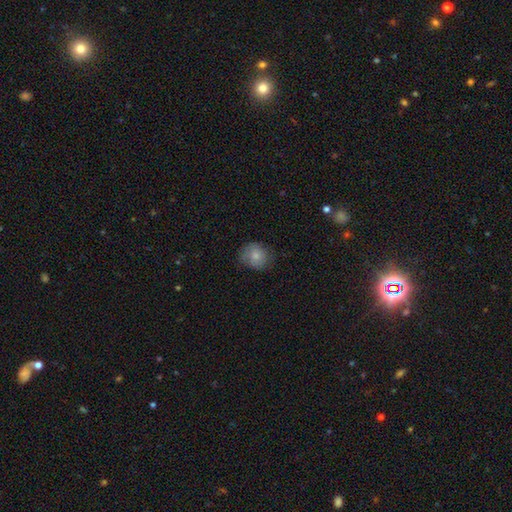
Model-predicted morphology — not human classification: Smooth or featured?
  - smooth: 80% *
  - featured or disk: 11%
  - star or artifact: 8%
How rounded?
  - round: 76% *
  - in between: 23%
  - cigar-shaped: 1%
Merging?
  - none: 69% *
  - minor disturbance: 24%
  - major disturbance: 6%
  - merger: 1%